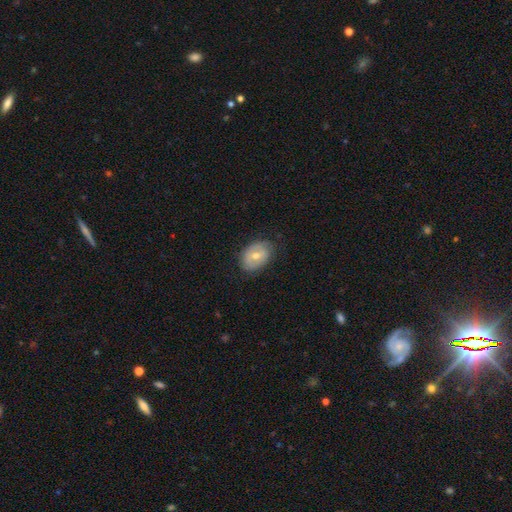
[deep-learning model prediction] Smooth or featured? Predicted: smooth (p=0.50). How rounded? Predicted: in between (p=0.74). Merging? Predicted: none (p=0.79).